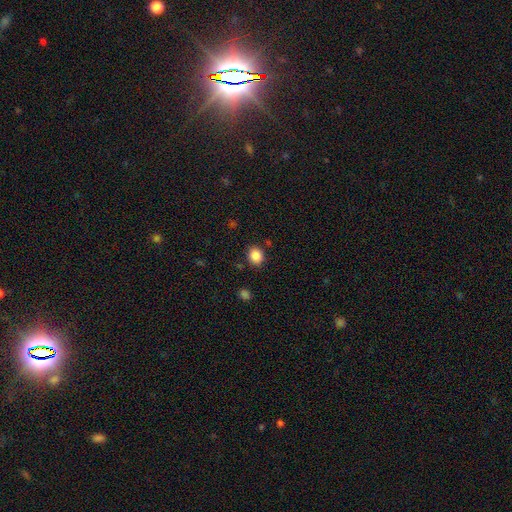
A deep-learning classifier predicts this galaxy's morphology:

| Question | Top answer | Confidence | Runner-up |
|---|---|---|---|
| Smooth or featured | smooth | 87% | star or artifact (9%) |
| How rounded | round | 66% | in between (34%) |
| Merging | none | 86% | minor disturbance (9%) |